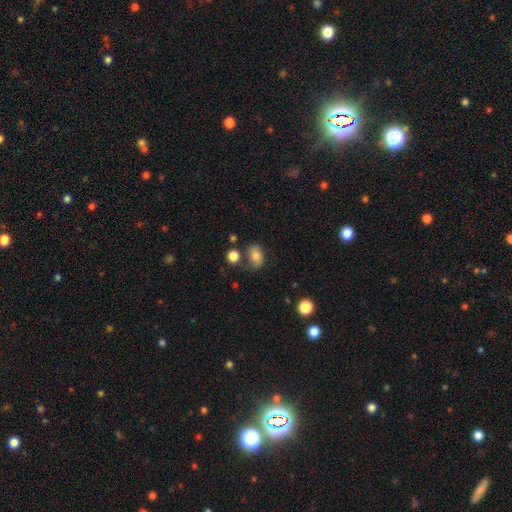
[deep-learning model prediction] Q: Smooth or featured?
A: smooth (76%); runner-up: featured or disk (13%)
Q: How rounded?
A: in between (75%); runner-up: round (24%)
Q: Merging?
A: none (58%); runner-up: minor disturbance (23%)